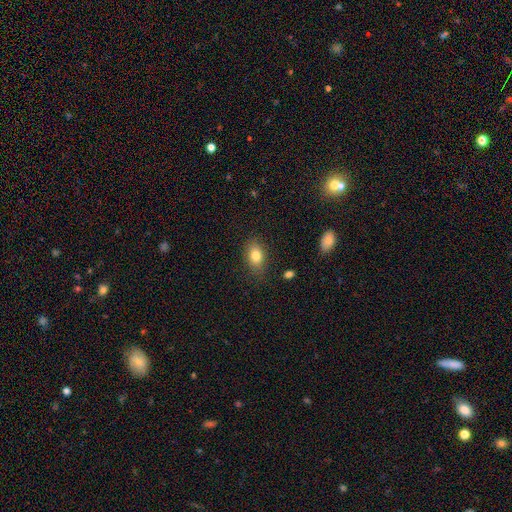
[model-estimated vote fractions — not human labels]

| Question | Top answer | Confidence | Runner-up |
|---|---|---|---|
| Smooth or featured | smooth | 82% | featured or disk (9%) |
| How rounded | in between | 84% | round (14%) |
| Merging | none | 82% | minor disturbance (13%) |